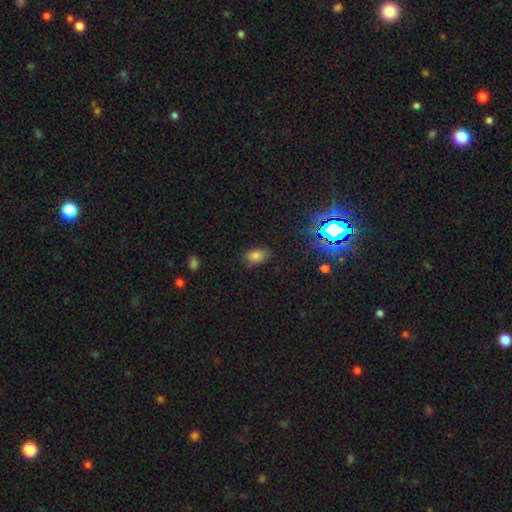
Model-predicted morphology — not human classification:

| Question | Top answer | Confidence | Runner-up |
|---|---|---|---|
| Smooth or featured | smooth | 77% | star or artifact (17%) |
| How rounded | in between | 86% | round (12%) |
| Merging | none | 80% | minor disturbance (15%) |